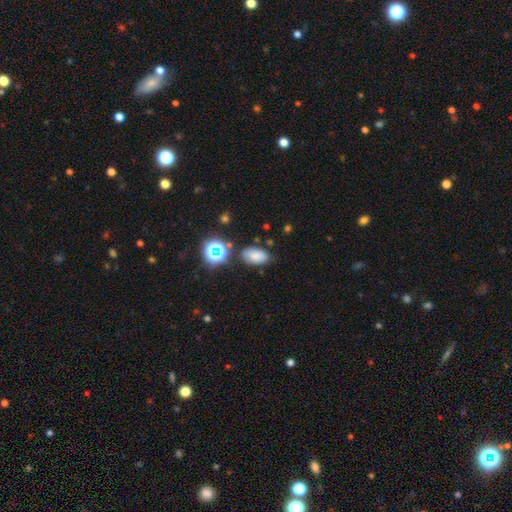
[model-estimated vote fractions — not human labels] Overall: smooth (75%). How rounded: in between (89%). Merging: none (76%).